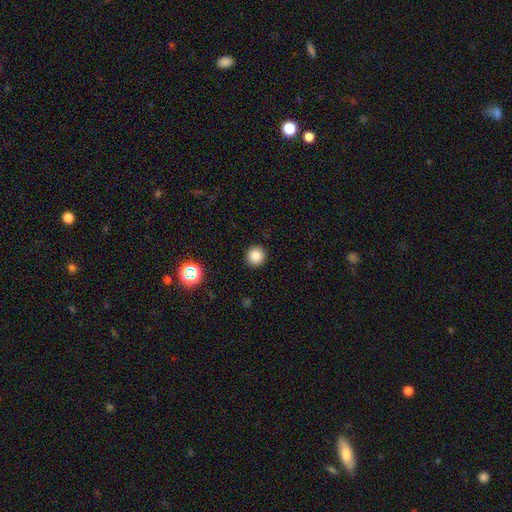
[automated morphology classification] Smooth or featured? Predicted: smooth (p=0.83). How rounded? Predicted: round (p=0.95). Merging? Predicted: none (p=0.92).